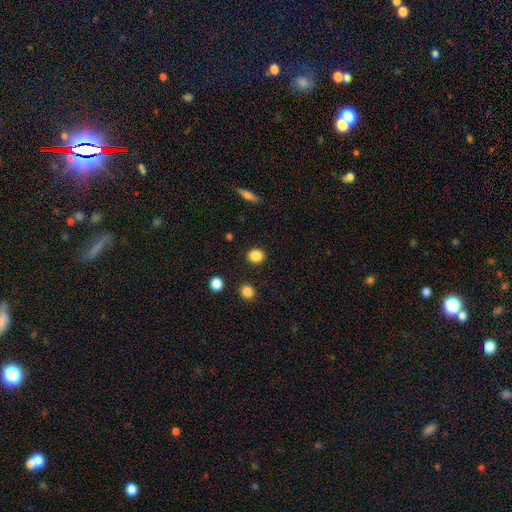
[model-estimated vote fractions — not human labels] smooth 86%, star or artifact 10%, featured or disk 4%. Down the decision tree: how rounded — round (78%); merging — none (90%).